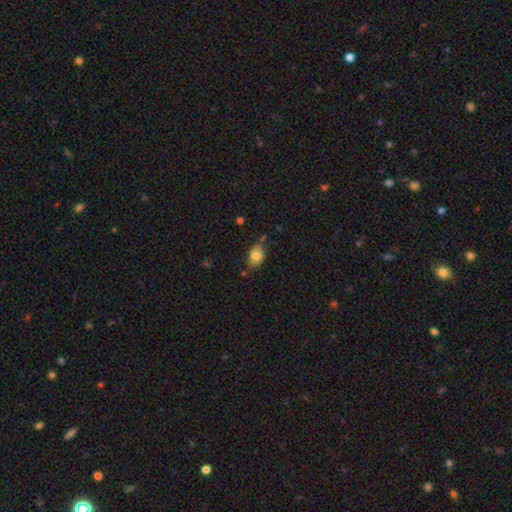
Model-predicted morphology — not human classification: smooth 80%, featured or disk 12%, star or artifact 9%. Down the decision tree: how rounded — in between (77%); merging — none (63%).